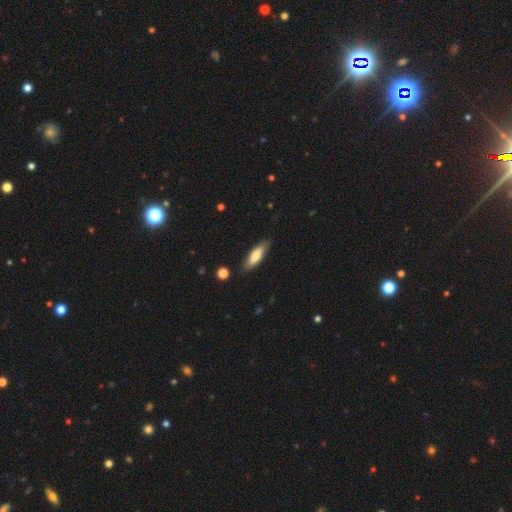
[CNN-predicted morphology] This is likely a smooth galaxy (69%). How rounded: possibly in between (56%). Merging: clearly none (80%).